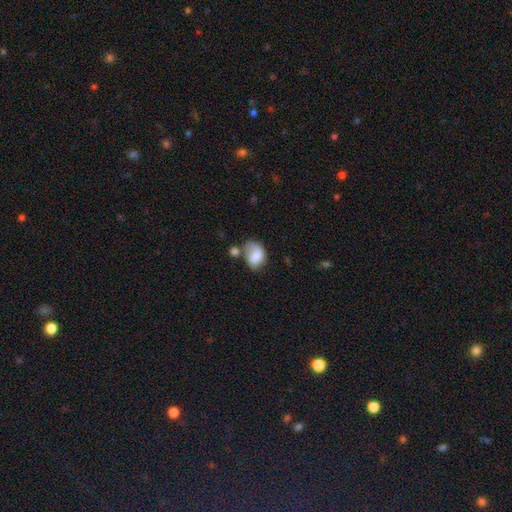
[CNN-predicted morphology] A smooth galaxy with no disk features (70%) that is in between round and cigar-shaped (67%).

Vote fractions:
- Smooth or featured? smooth: 70% / featured or disk: 21% / star or artifact: 9%
- How rounded? in between: 67% / round: 32% / cigar-shaped: 1%
- Merging? none: 37% / minor disturbance: 28% / merger: 19% / major disturbance: 16%